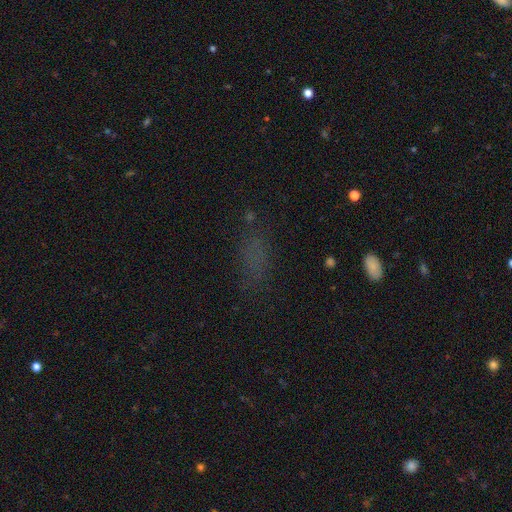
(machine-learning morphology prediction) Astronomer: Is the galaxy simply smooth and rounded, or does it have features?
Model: smooth — 58%.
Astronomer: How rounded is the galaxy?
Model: in between — 72%.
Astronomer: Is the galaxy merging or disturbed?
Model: none — 70%.